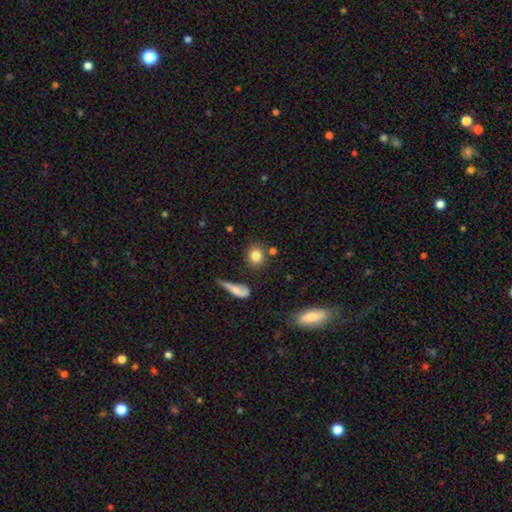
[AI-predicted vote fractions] Smooth or featured? smooth (82%)
How rounded? round (69%)
Merging? none (73%)